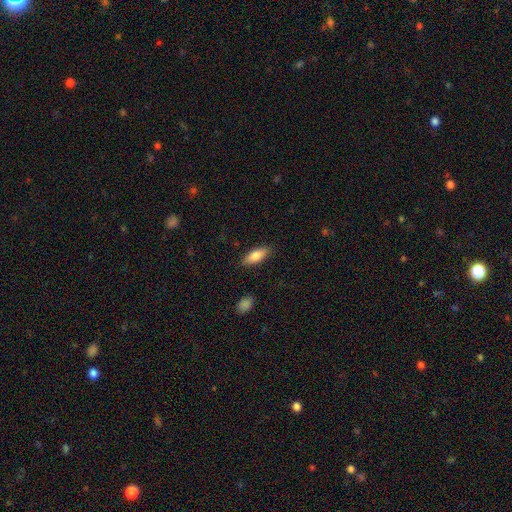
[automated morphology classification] Overall: smooth (80%). How rounded: in between (75%). Merging: none (85%).